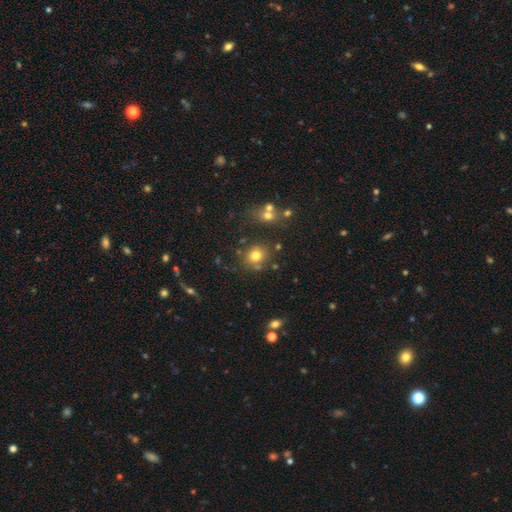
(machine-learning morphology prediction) Overall: smooth (74%). How rounded: round (74%). Merging: none (73%).